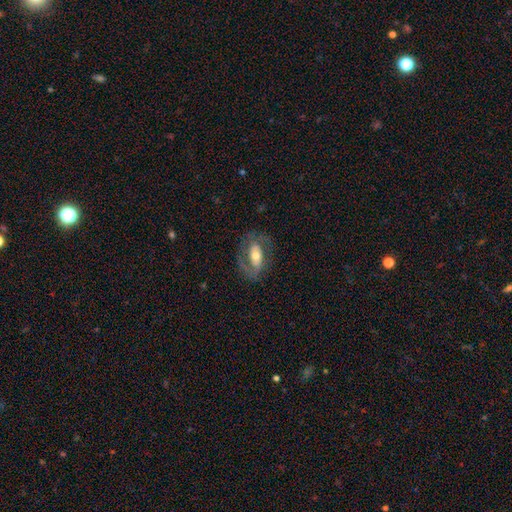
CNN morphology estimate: The model was most divided on "bar": no: 41%, weak: 31%, strong: 28%. More confident: edge-on disk — no (93%); spiral arms — yes (73%); merging — none (69%); smooth or featured — featured or disk (64%); bulge size — moderate (60%).